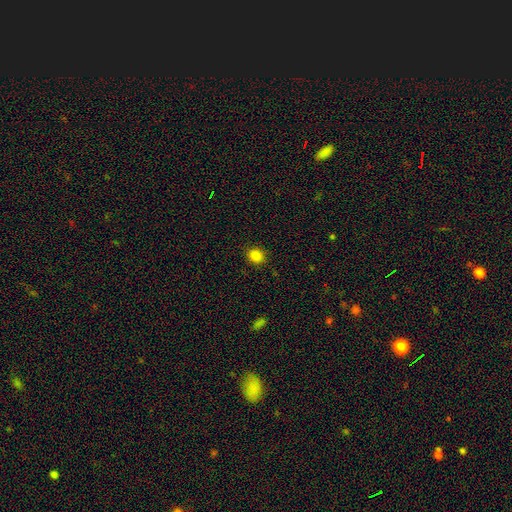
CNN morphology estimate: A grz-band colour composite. It shows a smooth galaxy with no disk features (85%) that is round (72%). Merging: none (90%).